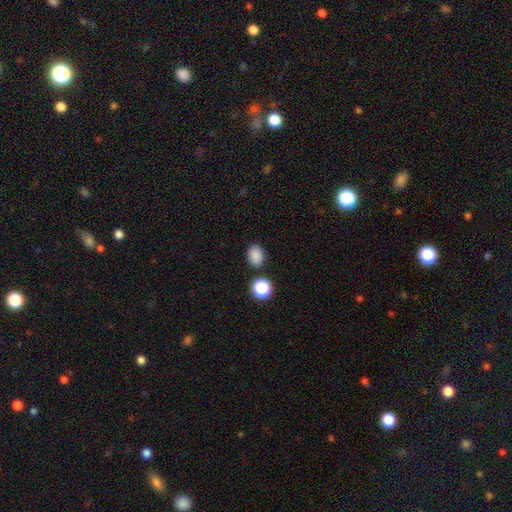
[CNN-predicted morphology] smooth_or_featured: smooth (p=0.84) [alt: star or artifact p=0.12]
how_rounded: in between (p=0.65) [alt: round p=0.34]
merging: none (p=0.83) [alt: minor disturbance p=0.10]